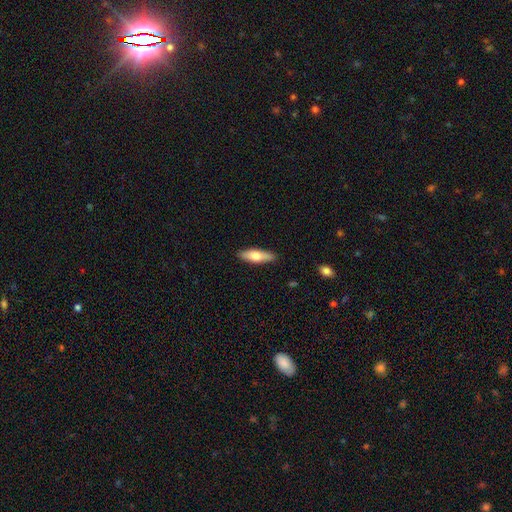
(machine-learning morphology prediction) Overall: smooth (69%). How rounded: cigar-shaped (54%; in between 44%). Merging: none (88%).